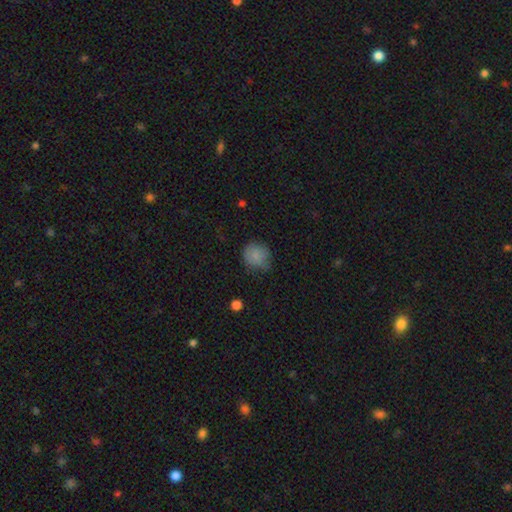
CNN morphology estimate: A smooth galaxy with no disk features (81%) that is round (78%). Merging: none (58%).